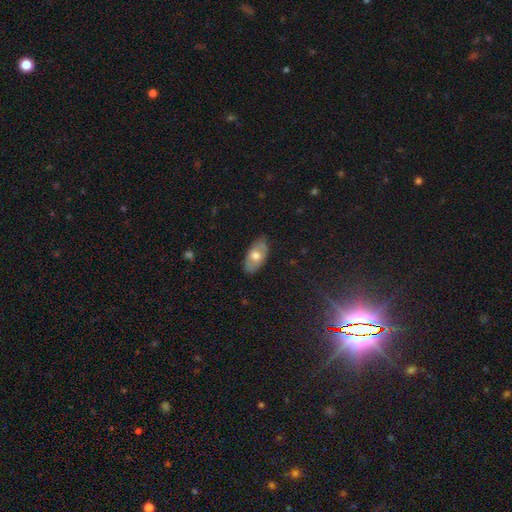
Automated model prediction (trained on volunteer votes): This appears to be a smooth galaxy with no disk features (58%) that is in between round and cigar-shaped (92%). Merging: none (82%).